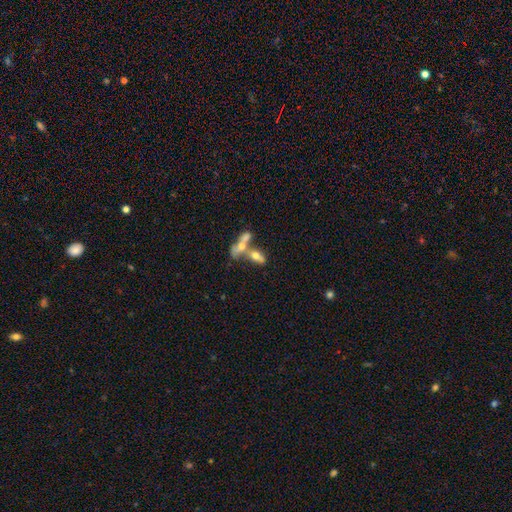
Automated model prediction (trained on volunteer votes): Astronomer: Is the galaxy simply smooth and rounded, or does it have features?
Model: smooth — 53% (runner-up: featured or disk, 38%).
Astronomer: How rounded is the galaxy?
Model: in between — 68%.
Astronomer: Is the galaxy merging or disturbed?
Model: merger — 65%.